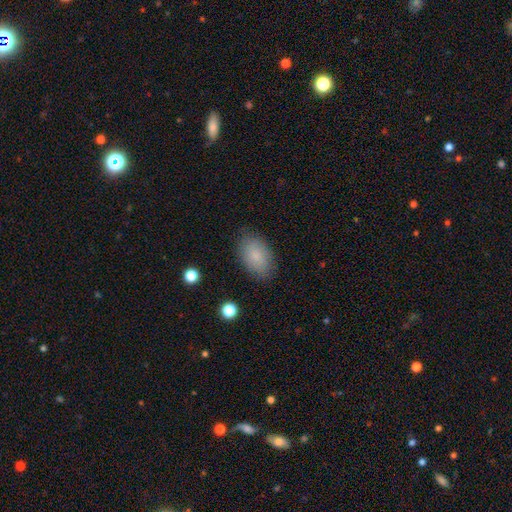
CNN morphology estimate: smooth_or_featured: smooth (p=0.84) [alt: featured or disk p=0.09]
how_rounded: in between (p=0.91) [alt: round p=0.07]
merging: none (p=0.84) [alt: minor disturbance p=0.12]